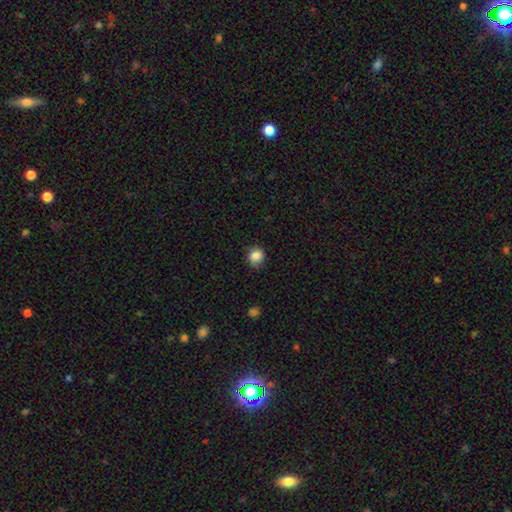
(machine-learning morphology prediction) Smooth or featured? smooth (86%)
How rounded? round (78%)
Merging? none (77%)